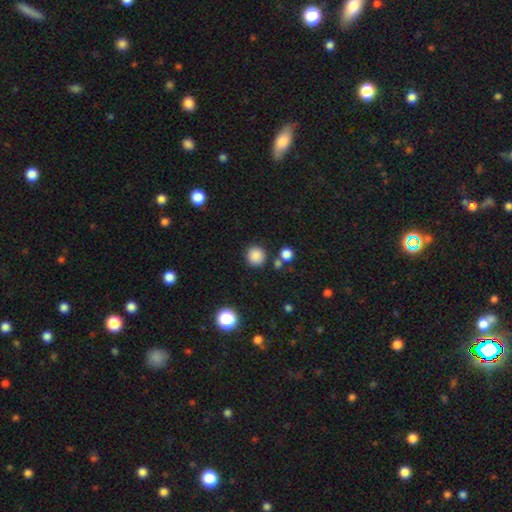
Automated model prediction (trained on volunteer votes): This appears to be a smooth galaxy with no disk features (85%) that is round (92%). Merging: none (83%).